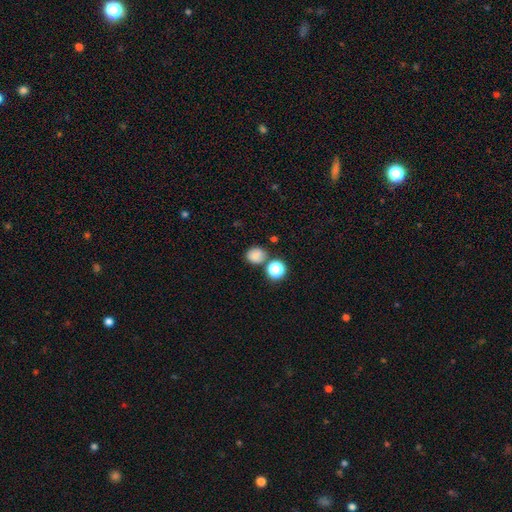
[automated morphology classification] smooth 79%, star or artifact 15%, featured or disk 6%. Down the decision tree: how rounded — round (71%); merging — none (70%).